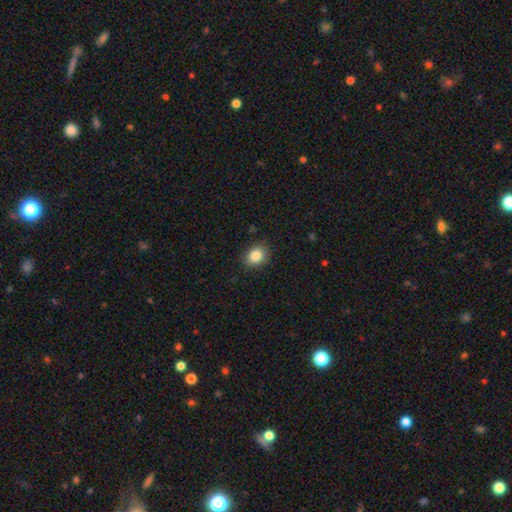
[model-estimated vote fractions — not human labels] Smooth or featured? Predicted: smooth (p=0.85). How rounded? Predicted: in between (p=0.51). Merging? Predicted: none (p=0.85).